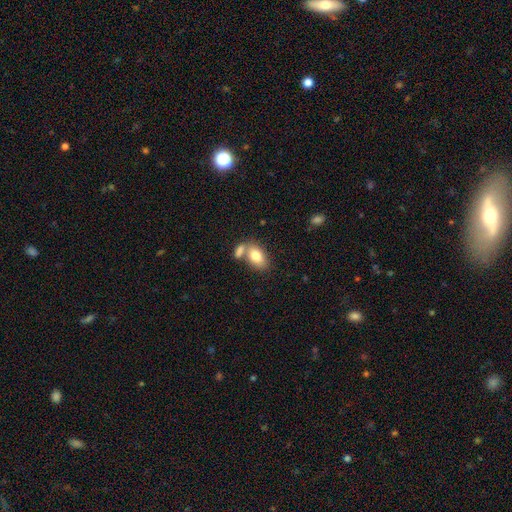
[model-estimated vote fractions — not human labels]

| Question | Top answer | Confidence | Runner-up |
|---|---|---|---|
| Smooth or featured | smooth | 79% | featured or disk (14%) |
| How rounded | in between | 89% | round (9%) |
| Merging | none | 47% | merger (37%) |